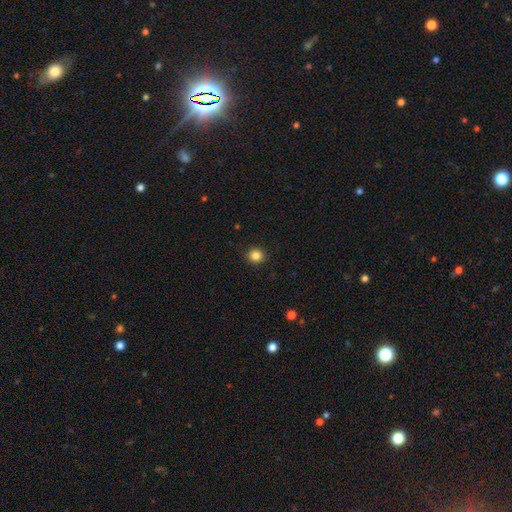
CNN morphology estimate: A smooth galaxy with no disk features (84%) that is round (90%). Merging: none (92%).